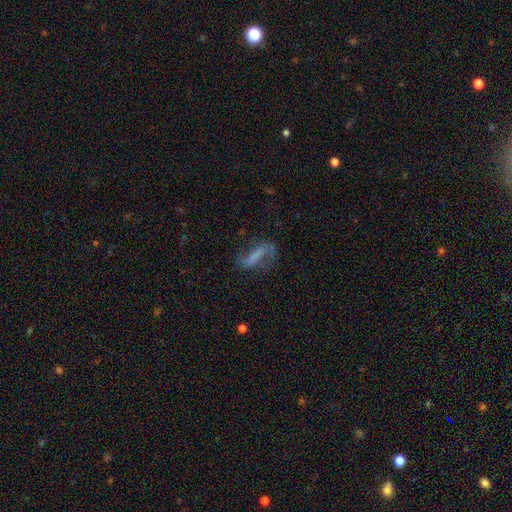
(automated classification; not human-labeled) Smooth or featured? featured or disk (53%)
Edge-on disk? no (84%)
Merging? none (53%)